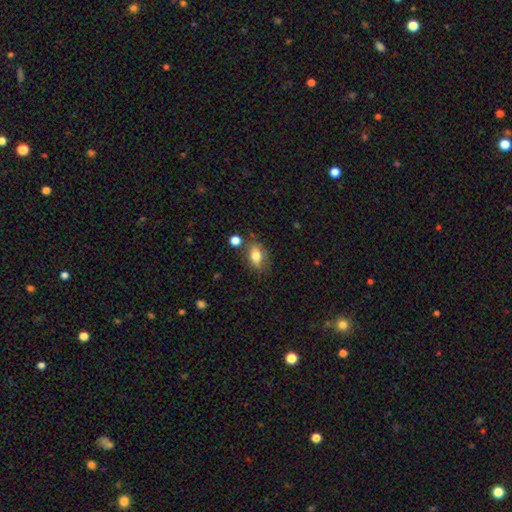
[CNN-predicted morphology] A smooth galaxy with no disk features (77%) that is in between round and cigar-shaped (83%). Merging: none (69%).